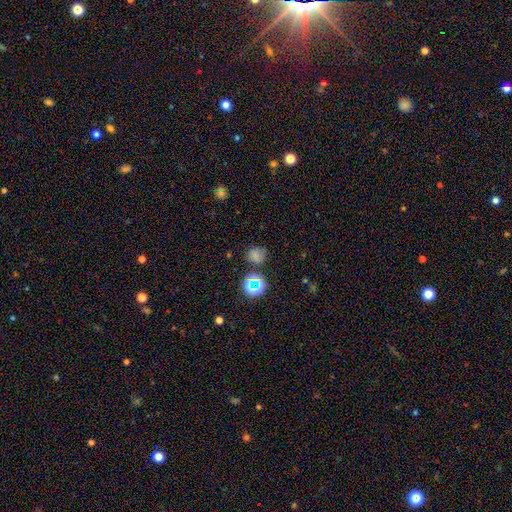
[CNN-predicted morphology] The model was most divided on "smooth or featured": smooth: 66%, star or artifact: 26%, featured or disk: 8%. More confident: merging — none (74%); how rounded — round (74%).